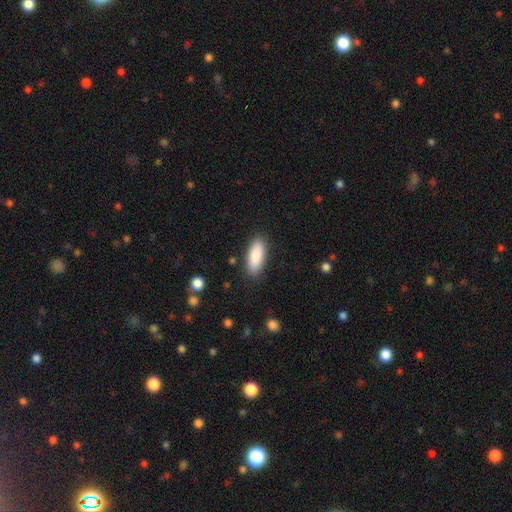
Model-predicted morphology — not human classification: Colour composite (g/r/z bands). It shows a smooth galaxy with no disk features (87%) that is in between round and cigar-shaped (75%). Merging: none (86%).